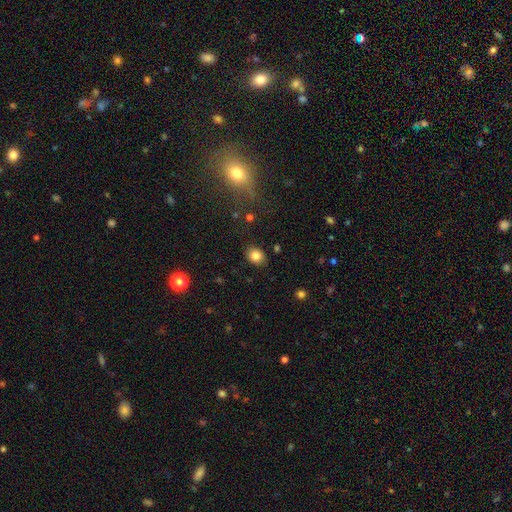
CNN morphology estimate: Smooth or featured?
  - smooth: 83% *
  - star or artifact: 11%
  - featured or disk: 6%
How rounded?
  - round: 52% *
  - in between: 47%
  - cigar-shaped: 1%
Merging?
  - none: 86% *
  - minor disturbance: 10%
  - major disturbance: 3%
  - merger: 2%